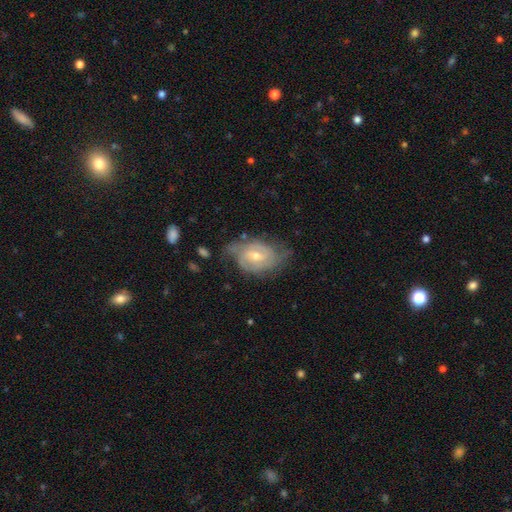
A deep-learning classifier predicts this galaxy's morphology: Overall: featured or disk (79%). Edge-on disk: no (96%). Bar: weak (53%; no 34%). Spiral arms: yes (91%). Spiral arm count: 2 (53%; can't tell 26%). Spiral winding: tight (52%; medium 36%). Bulge size: moderate (55%; small 41%). Merging: none (61%; minor disturbance 26%).